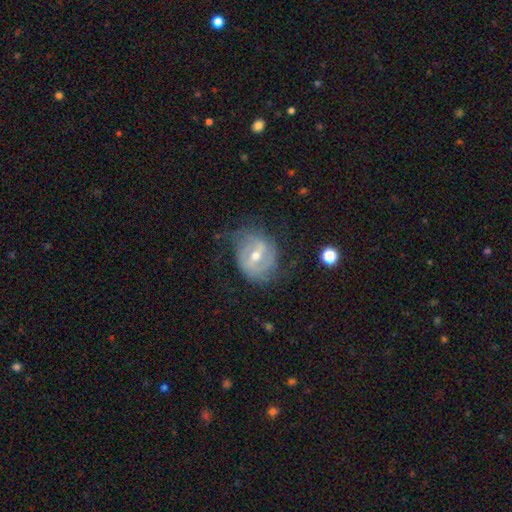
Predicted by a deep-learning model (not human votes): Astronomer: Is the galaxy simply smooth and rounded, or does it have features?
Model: featured or disk — 79%.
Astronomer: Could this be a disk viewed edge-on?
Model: no — 96%.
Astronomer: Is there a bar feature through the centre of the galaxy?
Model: weak — 47% (runner-up: strong, 37%).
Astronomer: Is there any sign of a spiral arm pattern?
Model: yes — 84%.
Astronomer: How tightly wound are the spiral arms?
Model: medium — 38% (runner-up: tight, 36%).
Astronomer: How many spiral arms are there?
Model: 2 — 56%.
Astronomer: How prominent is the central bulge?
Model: moderate — 58% (runner-up: small, 39%).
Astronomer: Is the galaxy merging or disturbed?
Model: none — 58%.